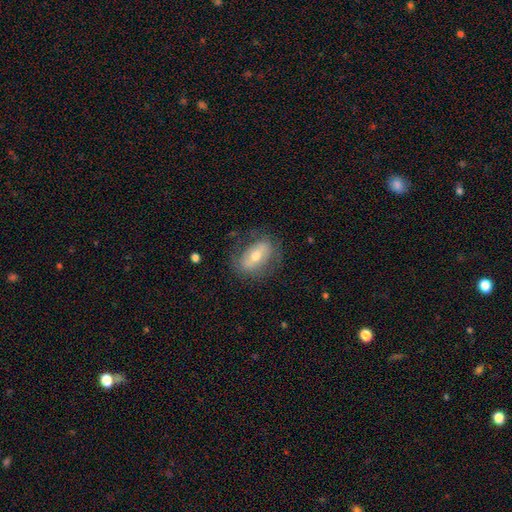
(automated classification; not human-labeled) This is possibly a featured or disk galaxy (48%). Merging: likely none (73%).